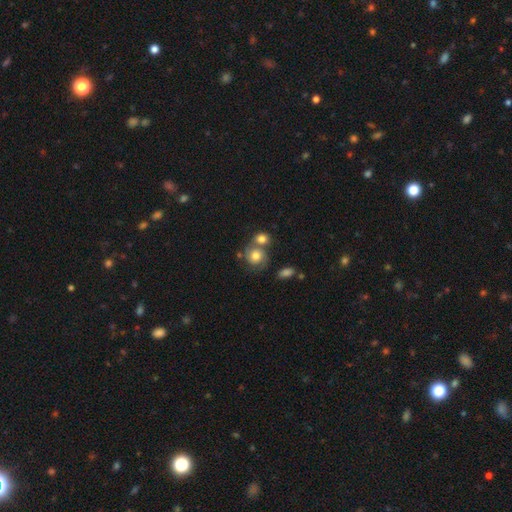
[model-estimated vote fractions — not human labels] This is possibly a smooth galaxy (49%). Merging: marginally none (44%).